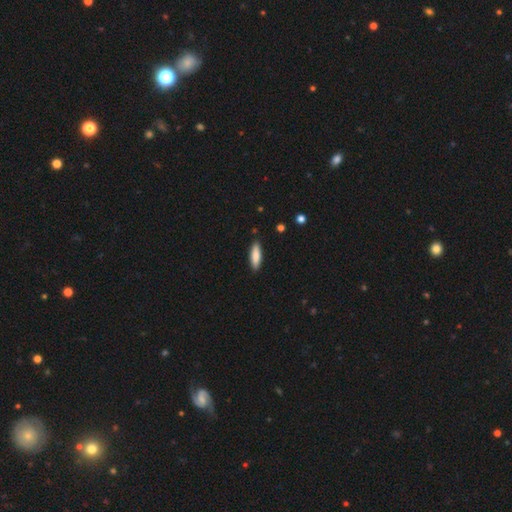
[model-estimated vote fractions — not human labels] smooth_or_featured: smooth (p=0.82) [alt: featured or disk p=0.12]
how_rounded: cigar-shaped (p=0.59) [alt: in between p=0.39]
merging: none (p=0.89) [alt: minor disturbance p=0.08]